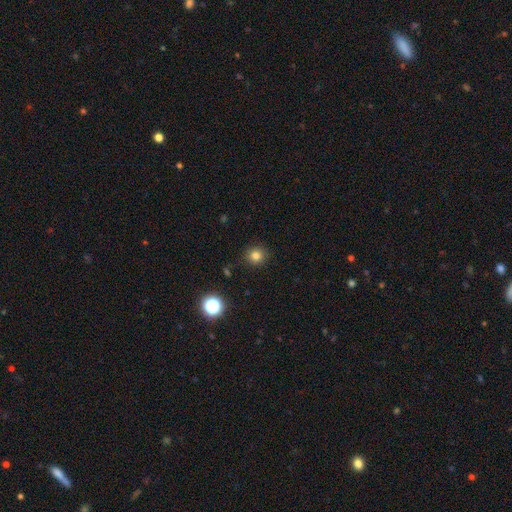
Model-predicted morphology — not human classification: smooth-or-featured: smooth: 80% | star or artifact: 14% | featured or disk: 6%
  how-rounded: round: 91% | in between: 8% | cigar-shaped: 1%
  merging: none: 88% | minor disturbance: 8% | major disturbance: 2% | merger: 2%